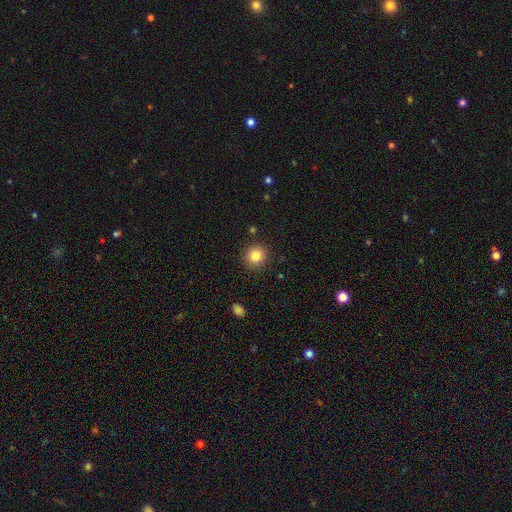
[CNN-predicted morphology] Q: Smooth or featured?
A: smooth (83%); runner-up: star or artifact (11%)
Q: How rounded?
A: round (89%); runner-up: in between (10%)
Q: Merging?
A: none (90%); runner-up: minor disturbance (6%)